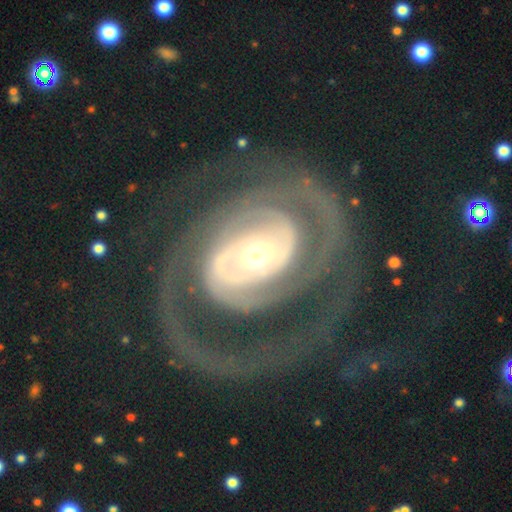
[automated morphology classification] type=featured or disk (91%); edge-on=no (97%); bar=no (53%); spiral arms=yes (96%); winding=tight (59%); arm count=2 (55%); bulge=moderate (58%); merging=none (57%).